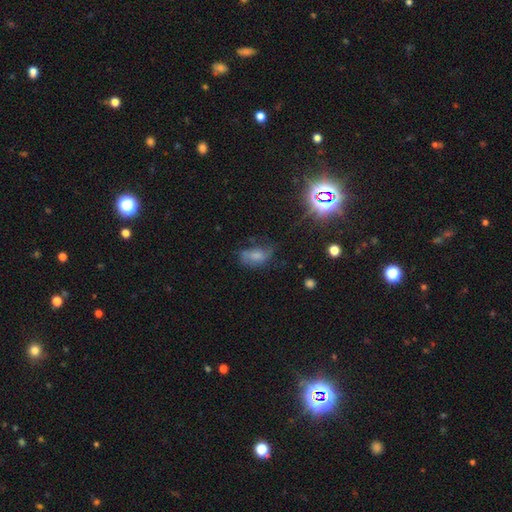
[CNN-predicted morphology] type=smooth (49%); merging=none (45%).